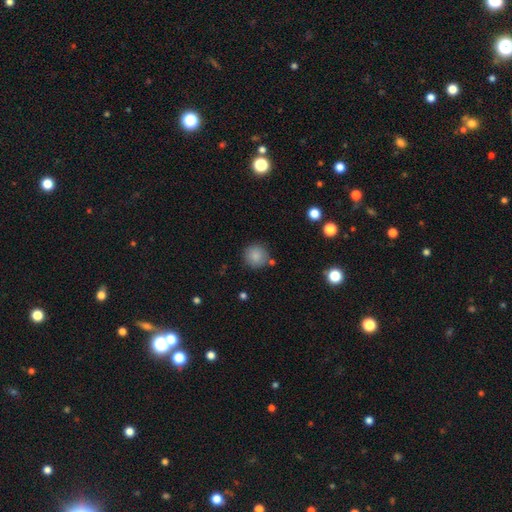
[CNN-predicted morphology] Q: Smooth or featured?
A: smooth (85%); runner-up: star or artifact (9%)
Q: How rounded?
A: round (94%); runner-up: in between (5%)
Q: Merging?
A: none (83%); runner-up: minor disturbance (10%)